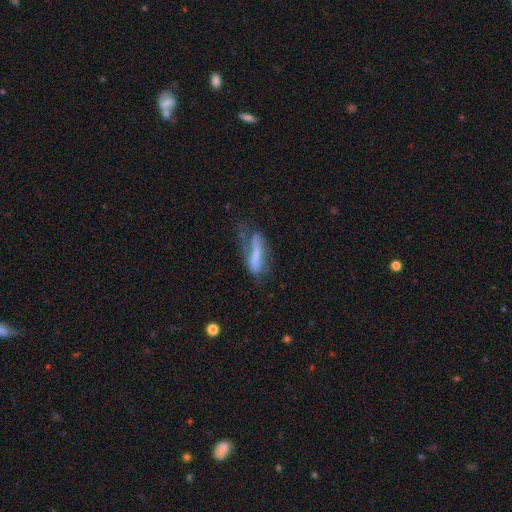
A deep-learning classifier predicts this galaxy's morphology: smooth 47%, featured or disk 44%, star or artifact 9%. Down the decision tree: merging — major disturbance (37%).